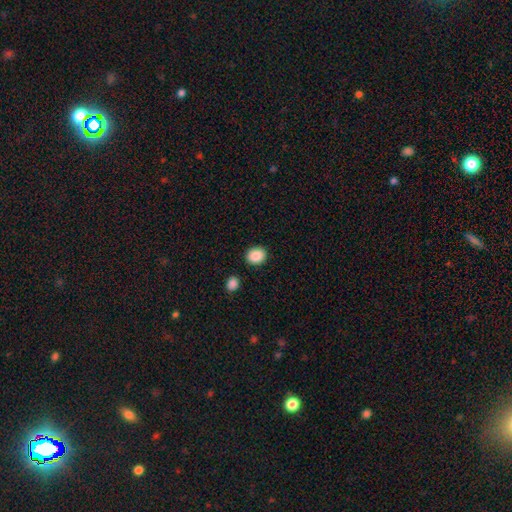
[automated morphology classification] The model was most divided on "how rounded": round: 66%, in between: 33%, cigar-shaped: 1%. More confident: smooth or featured — smooth (89%); merging — none (88%).